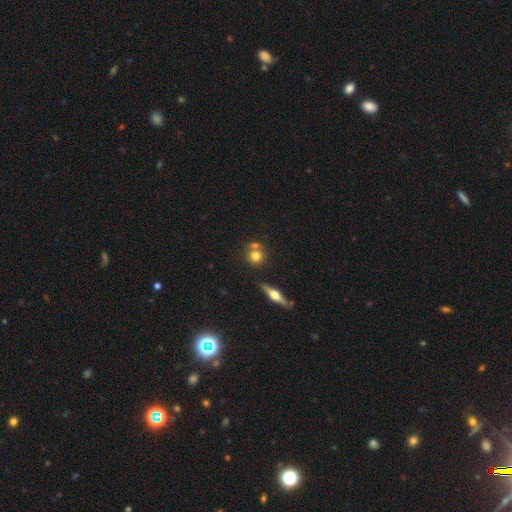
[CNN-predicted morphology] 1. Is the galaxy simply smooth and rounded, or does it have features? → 70% smooth, 19% featured or disk, 10% star or artifact.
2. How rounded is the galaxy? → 87% round, 11% in between, 2% cigar-shaped.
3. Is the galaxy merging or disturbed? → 61% none, 27% merger, 10% minor disturbance, 3% major disturbance.